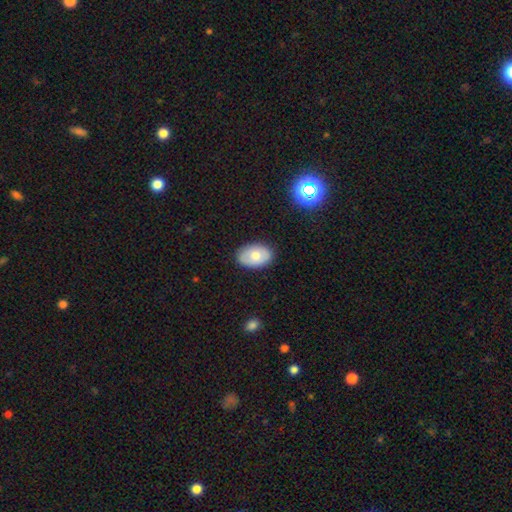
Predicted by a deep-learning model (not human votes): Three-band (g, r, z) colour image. It shows a smooth galaxy with no disk features (68%) that is in between round and cigar-shaped (85%). Merging: none (86%).